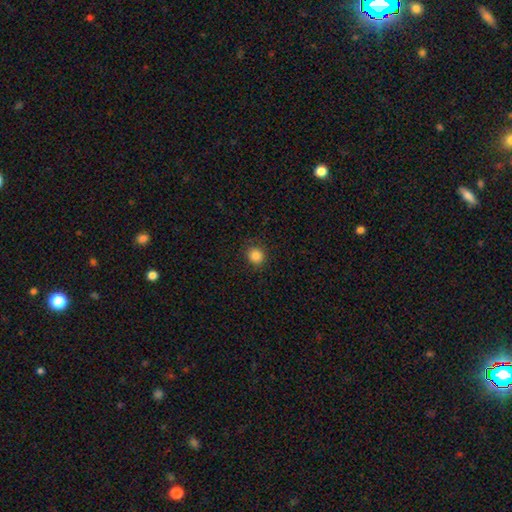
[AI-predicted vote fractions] Smooth or featured? smooth (85%)
How rounded? round (88%)
Merging? none (87%)